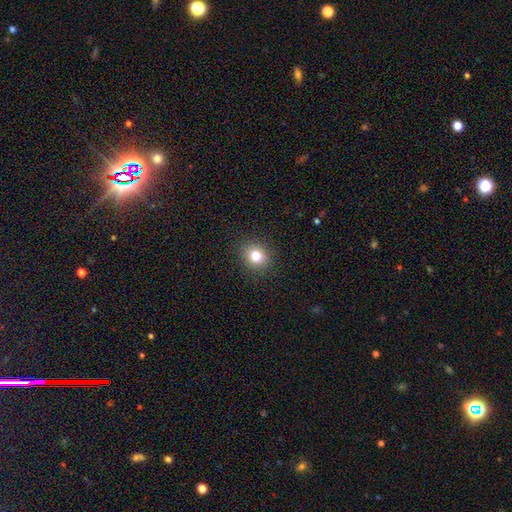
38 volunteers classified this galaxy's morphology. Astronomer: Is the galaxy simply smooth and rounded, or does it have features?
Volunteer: smooth — 87%.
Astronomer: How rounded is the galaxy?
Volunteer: round — 85%.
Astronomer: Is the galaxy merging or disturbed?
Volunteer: none — 100%.